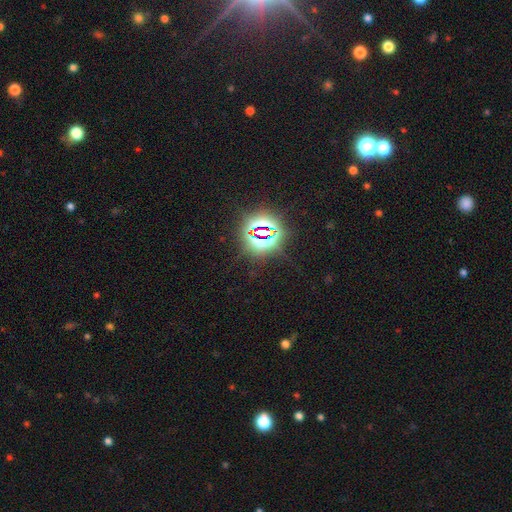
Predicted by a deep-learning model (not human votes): Q: Smooth or featured?
A: star or artifact (80%); runner-up: smooth (11%)